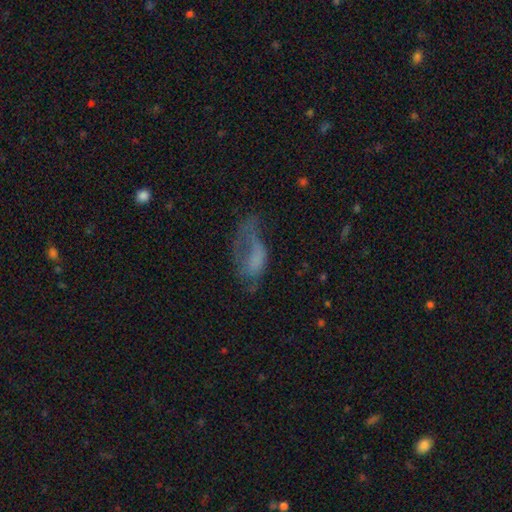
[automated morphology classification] Smooth or featured: smooth — 48% (featured or disk — 39%)
Merging: major disturbance — 49% (none — 26%)